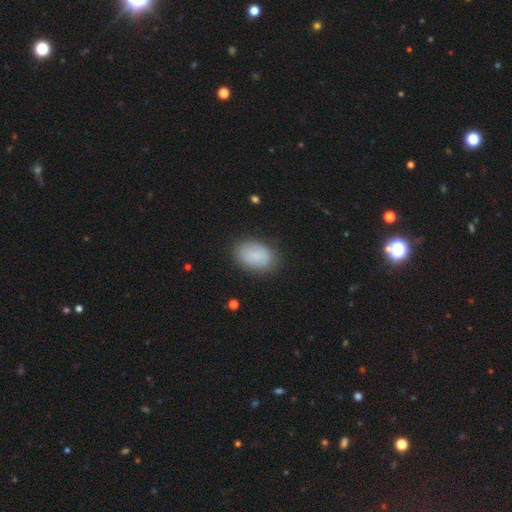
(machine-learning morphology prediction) smooth 82%, featured or disk 11%, star or artifact 7%. Down the decision tree: how rounded — in between (84%); merging — none (82%).